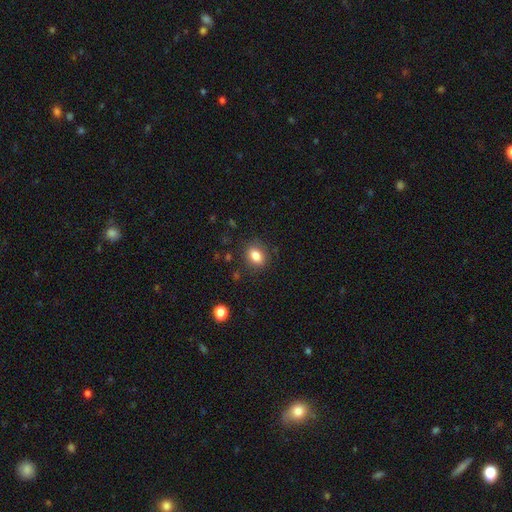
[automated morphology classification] A smooth galaxy with no disk features (83%) that is in between round and cigar-shaped (71%). Merging: none (85%).